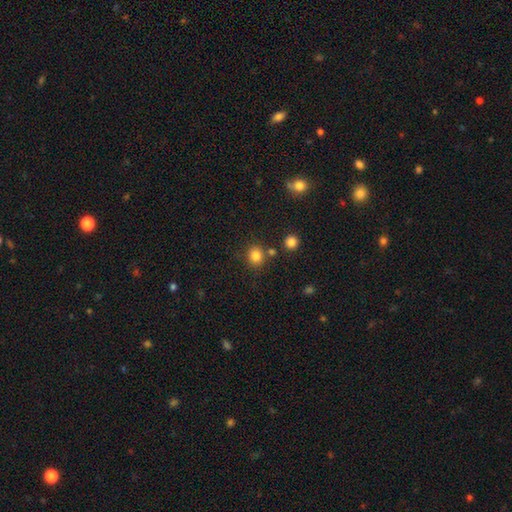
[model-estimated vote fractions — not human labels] A smooth galaxy with no disk features (83%) that is round (80%).

Vote fractions:
- Smooth or featured? smooth: 83% / star or artifact: 12% / featured or disk: 5%
- How rounded? round: 80% / in between: 19% / cigar-shaped: 1%
- Merging? none: 78% / minor disturbance: 9% / merger: 9% / major disturbance: 3%